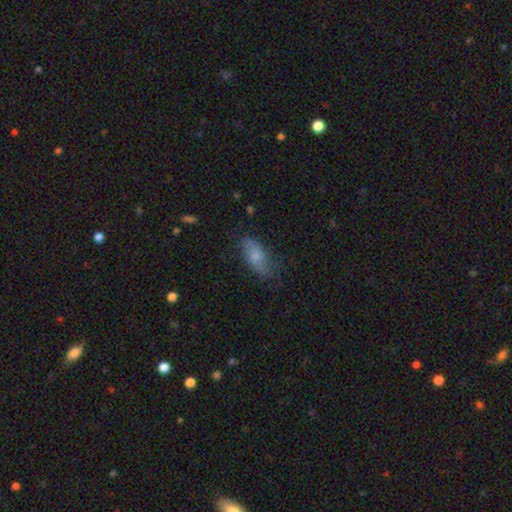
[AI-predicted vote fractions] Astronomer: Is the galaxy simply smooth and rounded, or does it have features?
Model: smooth — 66%.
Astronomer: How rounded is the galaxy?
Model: in between — 83%.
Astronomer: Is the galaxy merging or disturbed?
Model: none — 65%.